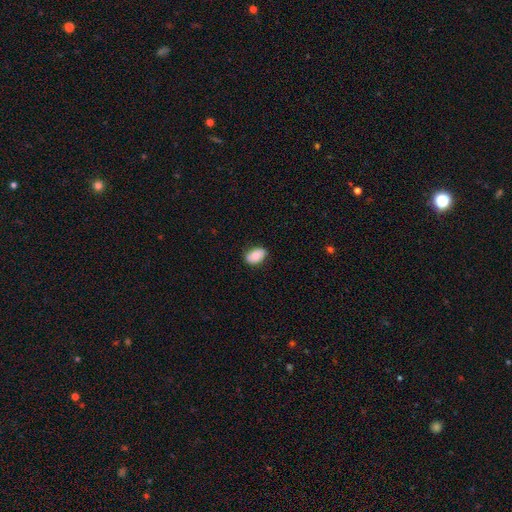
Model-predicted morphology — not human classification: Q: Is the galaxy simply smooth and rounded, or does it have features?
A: smooth — 77%.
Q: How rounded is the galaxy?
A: in between — 89%.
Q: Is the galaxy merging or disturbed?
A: none — 82%.